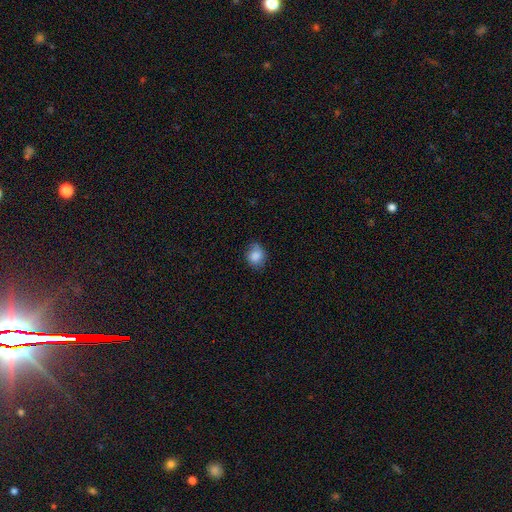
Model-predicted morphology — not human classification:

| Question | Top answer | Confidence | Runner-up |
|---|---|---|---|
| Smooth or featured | smooth | 84% | star or artifact (9%) |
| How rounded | round | 66% | in between (33%) |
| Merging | none | 68% | minor disturbance (26%) |